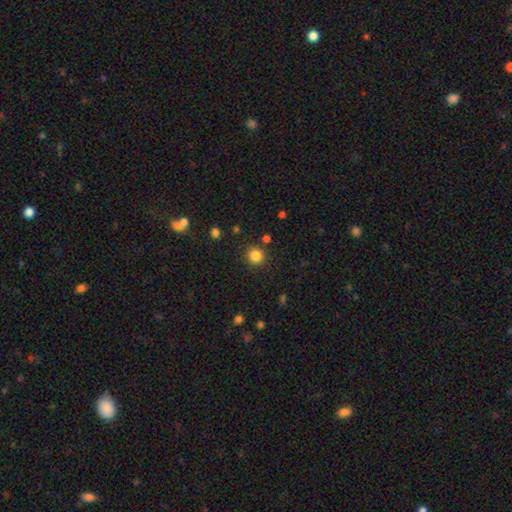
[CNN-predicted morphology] A smooth galaxy with no disk features (84%) that is round (94%). Merging: none (87%).